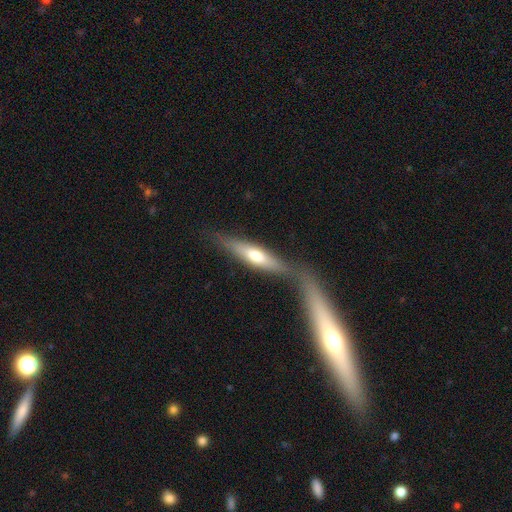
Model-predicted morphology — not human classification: Smooth or featured: smooth — 52% (featured or disk — 42%)
How rounded: cigar-shaped — 73% (in between — 24%)
Merging: none — 50% (merger — 27%)